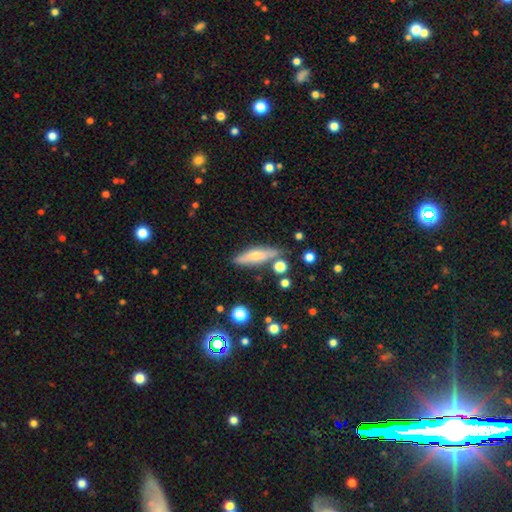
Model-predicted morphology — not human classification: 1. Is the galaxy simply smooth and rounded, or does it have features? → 50% smooth, 42% featured or disk, 9% star or artifact.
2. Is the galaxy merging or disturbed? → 78% none, 14% minor disturbance, 5% merger, 3% major disturbance.